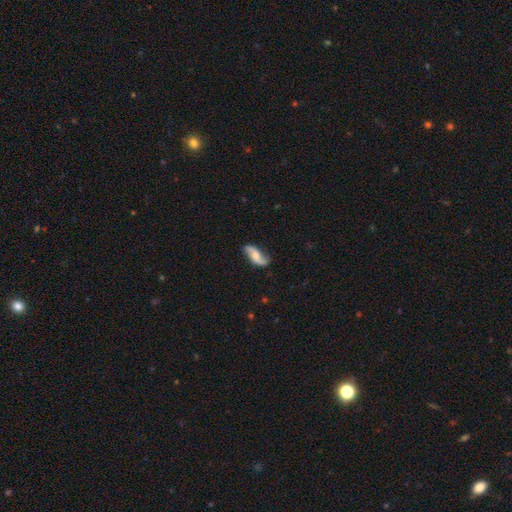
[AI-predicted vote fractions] The model was most divided on "bulge size": moderate: 47%, small: 37%, none: 9%, large: 6%, dominant: 2%. More confident: spiral arms — yes (93%); edge-on disk — no (92%); spiral arm count — 2 (90%); spiral winding — loose (79%); merging — none (73%); smooth or featured — featured or disk (70%); bar — no (52%).